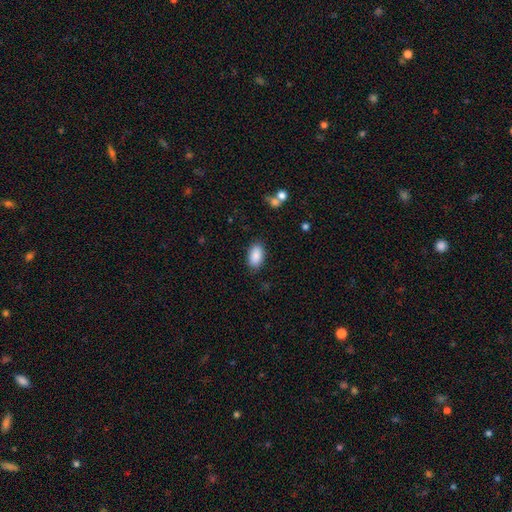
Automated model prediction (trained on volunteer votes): Smooth or featured? smooth (89%)
How rounded? in between (93%)
Merging? none (85%)